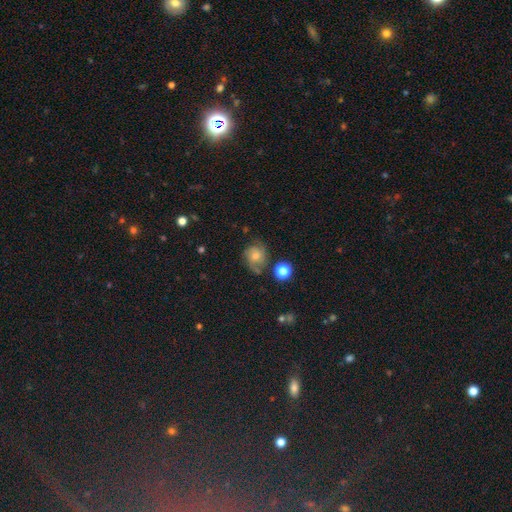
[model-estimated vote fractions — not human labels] The model was most divided on "smooth or featured": featured or disk: 46%, smooth: 42%, star or artifact: 13%. More confident: merging — none (62%).